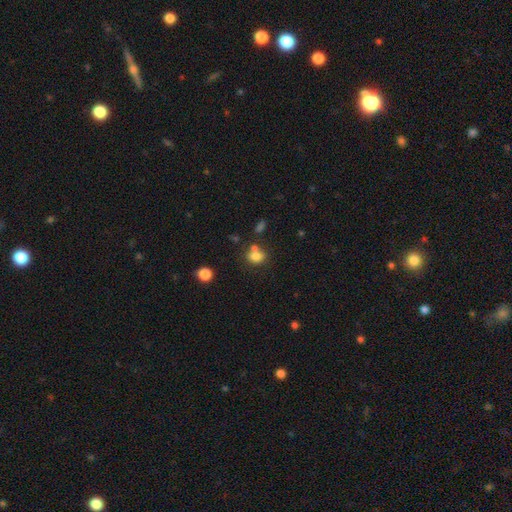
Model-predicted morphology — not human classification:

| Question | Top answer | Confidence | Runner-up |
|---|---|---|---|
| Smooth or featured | smooth | 79% | star or artifact (13%) |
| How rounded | in between | 53% | round (46%) |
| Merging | none | 54% | merger (26%) |